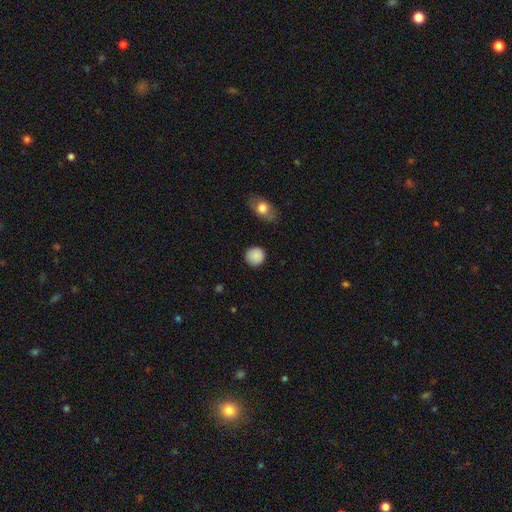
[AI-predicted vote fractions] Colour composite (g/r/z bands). It shows a smooth galaxy with no disk features (88%) that is round (92%). Merging: none (88%).